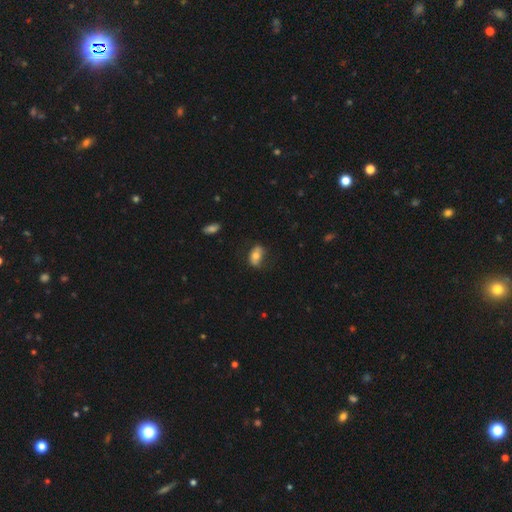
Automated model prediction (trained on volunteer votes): A smooth galaxy with no disk features (68%) that is in between round and cigar-shaped (87%). Merging: none (67%).